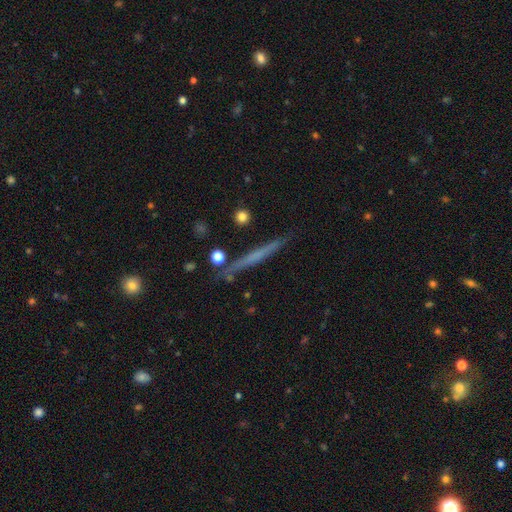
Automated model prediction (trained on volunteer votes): This is possibly a featured or disk galaxy (51%). It is clearly viewed edge-on (95%). Merging: clearly none (86%).